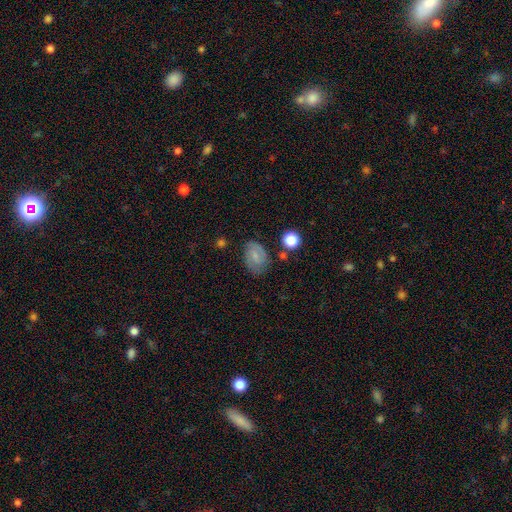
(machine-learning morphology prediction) smooth_or_featured: smooth (p=0.46) [alt: featured or disk p=0.44]
merging: none (p=0.72) [alt: minor disturbance p=0.19]